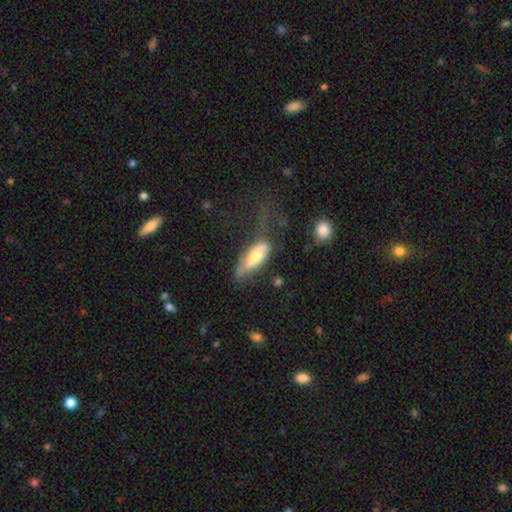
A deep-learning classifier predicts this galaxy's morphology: This is possibly a smooth galaxy (54%). How rounded: likely in between (71%). Merging: marginally none (36%).